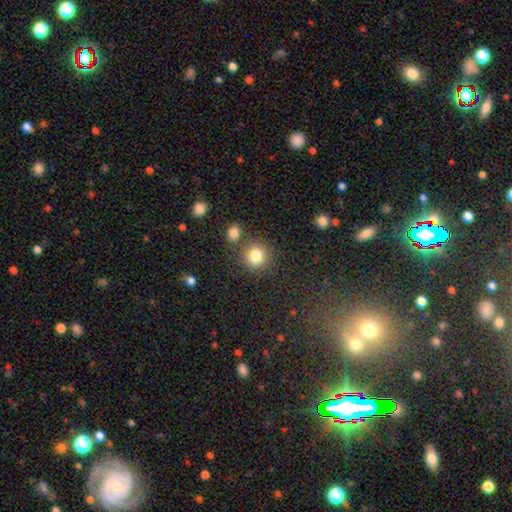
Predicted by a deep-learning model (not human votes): Overall: smooth (83%). How rounded: round (89%). Merging: none (76%).